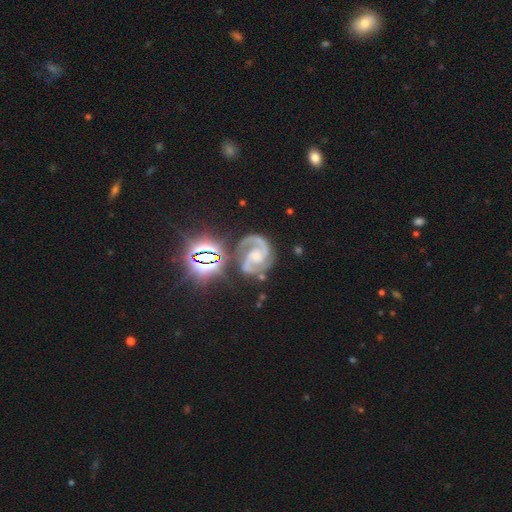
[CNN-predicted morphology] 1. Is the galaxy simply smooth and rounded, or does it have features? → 89% featured or disk, 7% star or artifact, 3% smooth.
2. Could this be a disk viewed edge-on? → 98% no, 2% yes.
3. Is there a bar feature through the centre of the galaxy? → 50% no, 39% weak, 11% strong.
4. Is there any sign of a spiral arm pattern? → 98% yes, 2% no.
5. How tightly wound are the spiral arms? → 59% medium, 32% tight, 9% loose.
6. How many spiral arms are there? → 90% 2, 4% 3, 2% can't tell, 2% 1, 1% 4, 1% more than 4.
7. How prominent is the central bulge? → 43% small, 35% moderate, 16% none, 5% large, 1% dominant.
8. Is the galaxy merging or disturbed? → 67% none, 18% minor disturbance, 9% major disturbance, 6% merger.